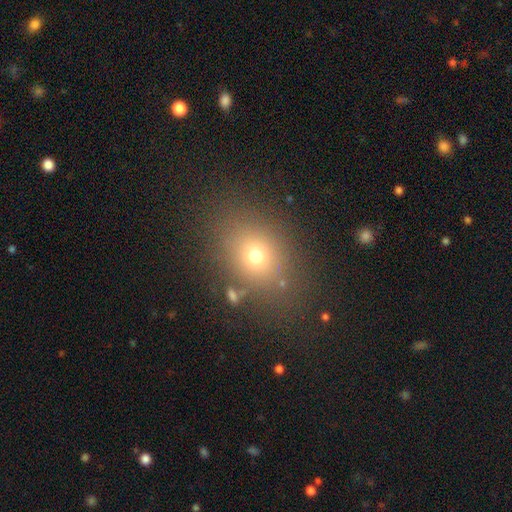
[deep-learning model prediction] This appears to be a smooth galaxy with no disk features (68%) that is round (50%). Merging: none (78%).